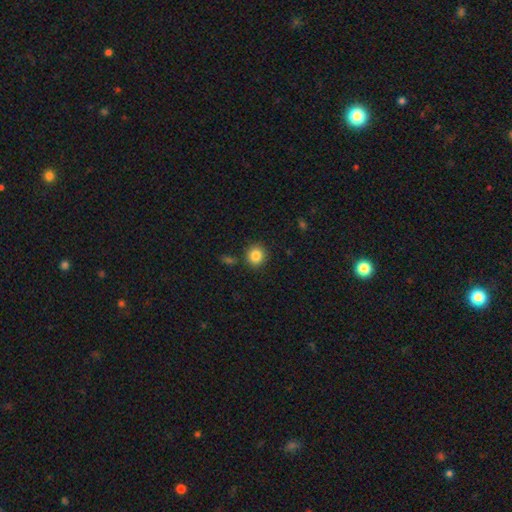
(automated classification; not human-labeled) This appears to be a smooth galaxy with no disk features (85%) that is round (87%). Merging: none (87%).